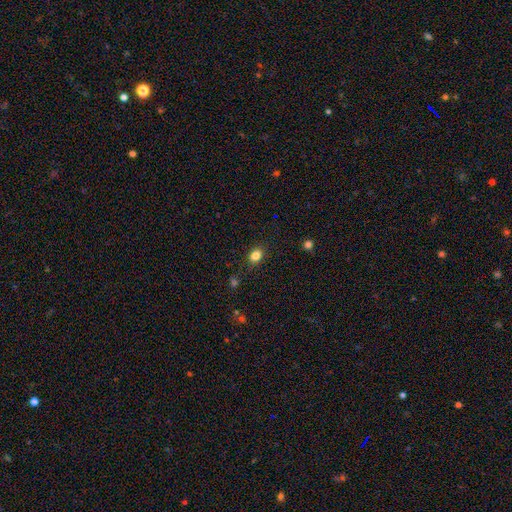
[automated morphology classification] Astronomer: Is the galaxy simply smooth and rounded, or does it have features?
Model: smooth — 83%.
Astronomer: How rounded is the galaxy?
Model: in between — 55% (runner-up: round, 44%).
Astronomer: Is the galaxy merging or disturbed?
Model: none — 86%.